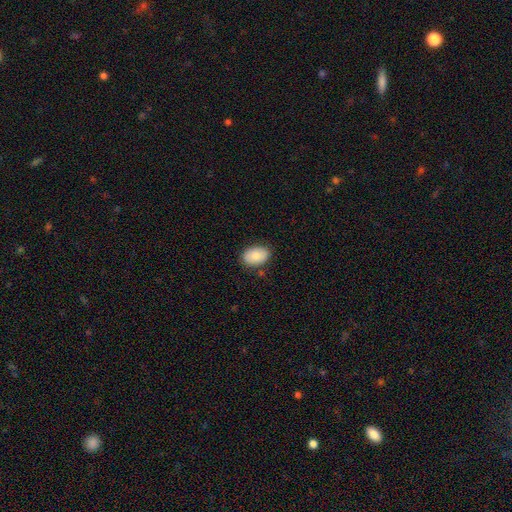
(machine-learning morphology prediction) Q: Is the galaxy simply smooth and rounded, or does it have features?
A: smooth — 79%.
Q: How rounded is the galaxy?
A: in between — 85%.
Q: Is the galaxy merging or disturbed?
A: none — 83%.